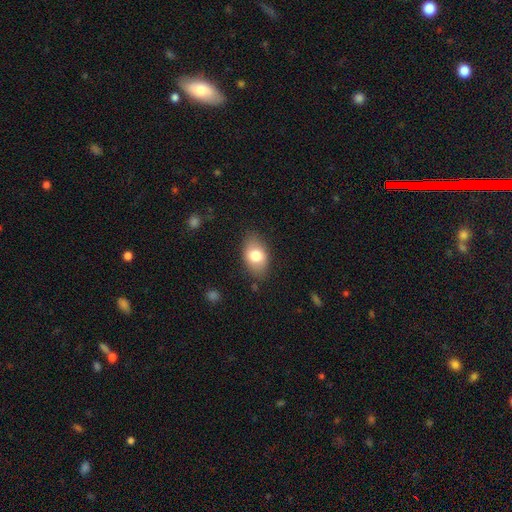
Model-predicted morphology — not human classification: The model was most divided on "smooth or featured": smooth: 77%, featured or disk: 16%, star or artifact: 7%. More confident: how rounded — in between (87%); merging — none (81%).